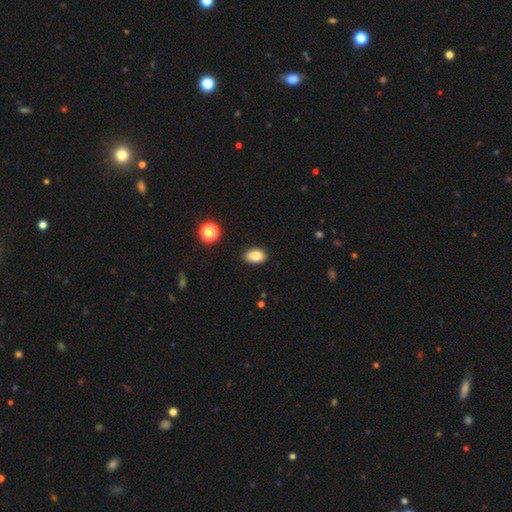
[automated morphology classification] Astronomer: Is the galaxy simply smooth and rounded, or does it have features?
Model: smooth — 85%.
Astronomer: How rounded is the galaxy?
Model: in between — 89%.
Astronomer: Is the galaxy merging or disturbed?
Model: none — 85%.